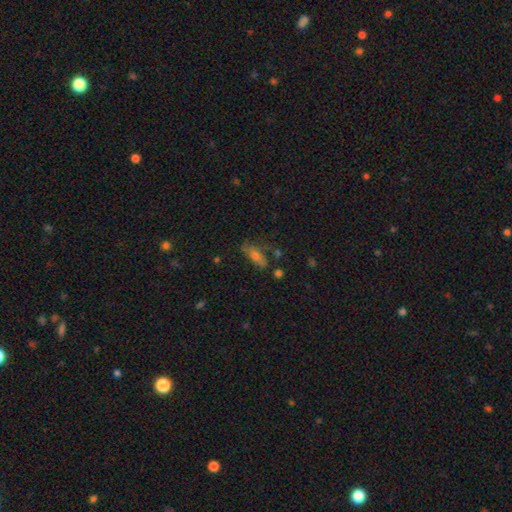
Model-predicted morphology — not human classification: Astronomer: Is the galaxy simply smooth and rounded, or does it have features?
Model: smooth — 51% (runner-up: featured or disk, 30%).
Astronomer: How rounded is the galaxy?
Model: in between — 64%.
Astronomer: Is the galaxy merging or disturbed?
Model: none — 57%.